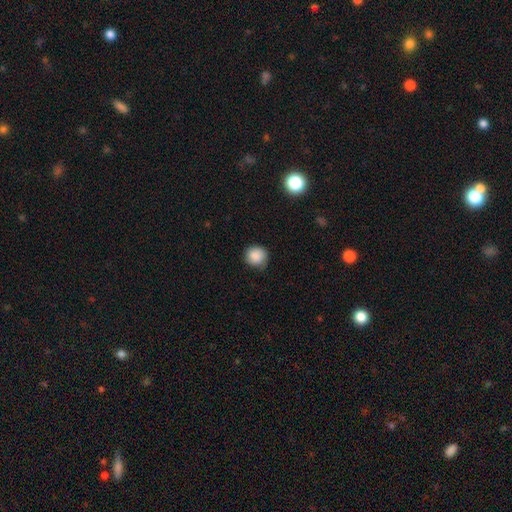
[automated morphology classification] Smooth or featured? smooth (87%)
How rounded? round (90%)
Merging? none (79%)